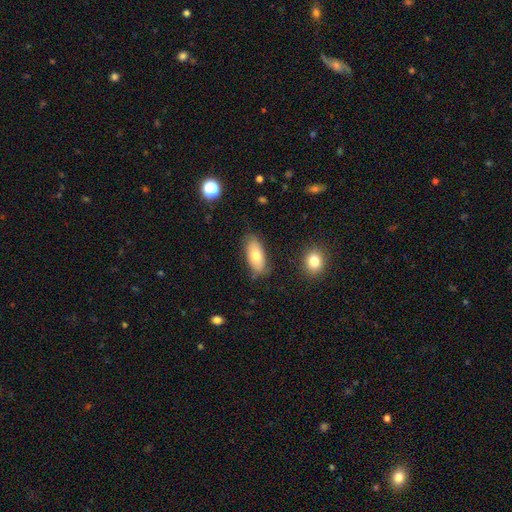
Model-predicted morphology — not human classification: smooth_or_featured: smooth (p=0.75) [alt: featured or disk p=0.18]
how_rounded: in between (p=0.87) [alt: cigar-shaped p=0.11]
merging: none (p=0.78) [alt: minor disturbance p=0.16]